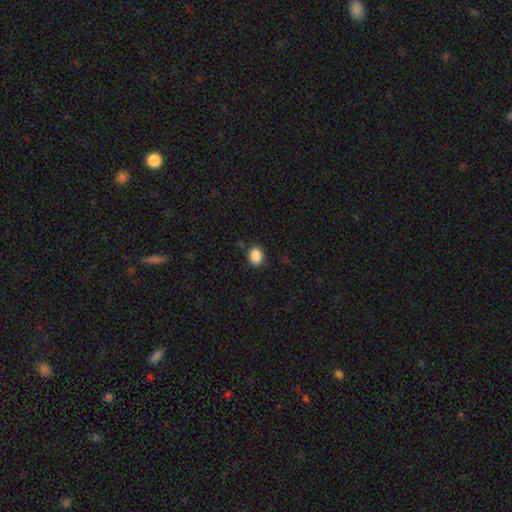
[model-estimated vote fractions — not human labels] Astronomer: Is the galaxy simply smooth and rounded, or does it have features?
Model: smooth — 88%.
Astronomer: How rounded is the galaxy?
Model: round — 50% (runner-up: in between, 49%).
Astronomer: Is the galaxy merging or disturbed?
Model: none — 84%.